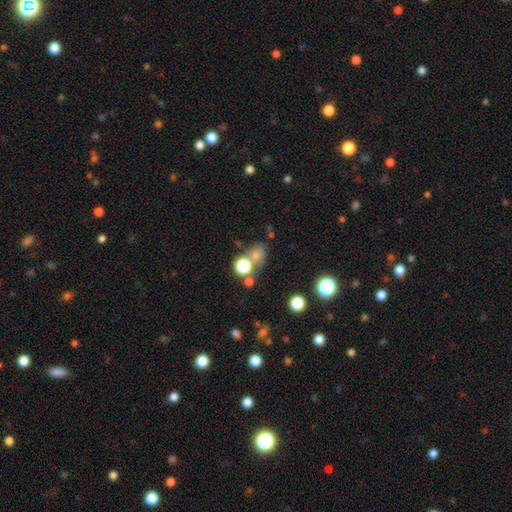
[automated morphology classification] Smooth or featured: smooth — 68% (star or artifact — 22%)
How rounded: round — 65% (in between — 33%)
Merging: none — 54% (merger — 26%)